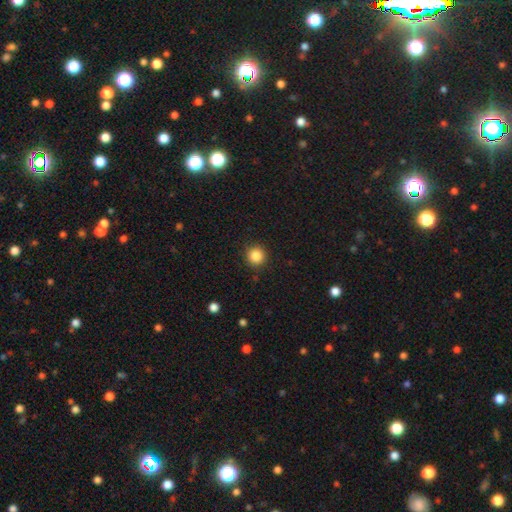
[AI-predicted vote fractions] Smooth or featured? Predicted: smooth (p=0.86). How rounded? Predicted: round (p=0.94). Merging? Predicted: none (p=0.91).